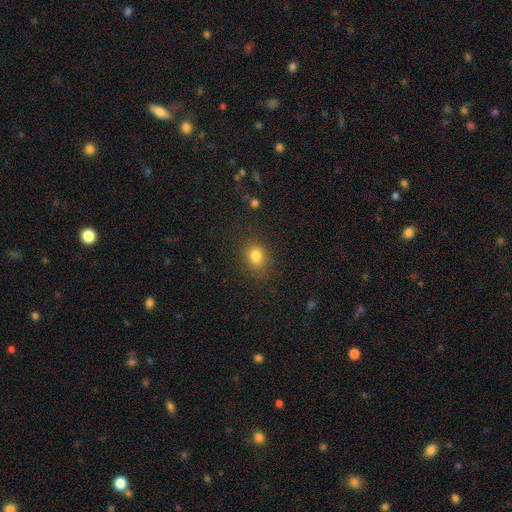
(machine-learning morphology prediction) This is clearly a smooth galaxy (81%). How rounded: possibly round (49%, tied with in between). Merging: clearly none (80%).